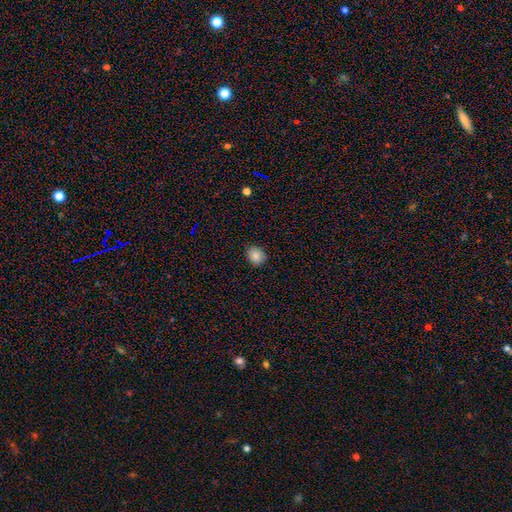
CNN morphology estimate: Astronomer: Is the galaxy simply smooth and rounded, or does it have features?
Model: smooth — 85%.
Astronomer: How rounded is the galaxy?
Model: round — 67%.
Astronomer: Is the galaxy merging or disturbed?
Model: none — 87%.